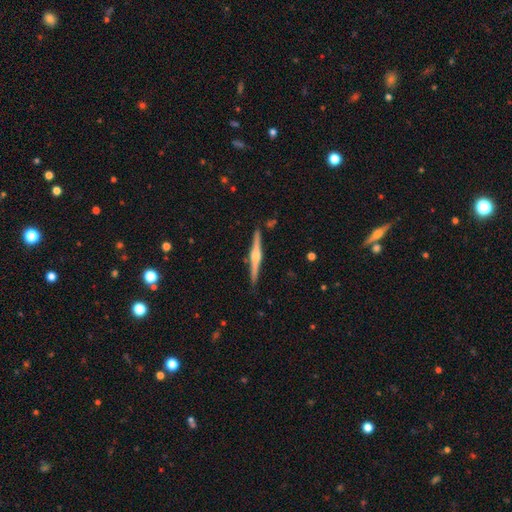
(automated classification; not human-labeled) Morphology: type=featured or disk (77%); edge-on=yes (98%); edge-on bulge=rounded (84%); merging=none (90%).